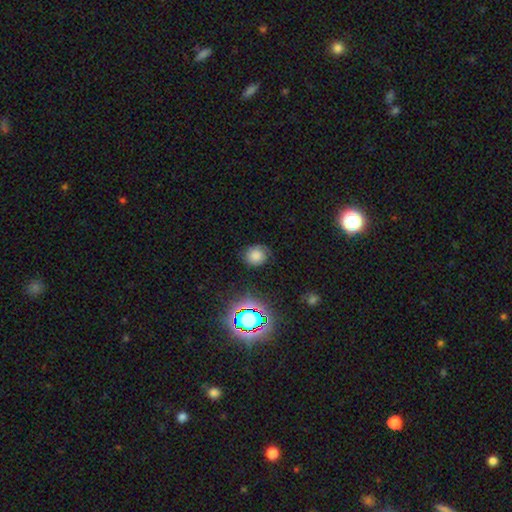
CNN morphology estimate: A smooth galaxy with no disk features (72%) that is round (74%). Merging: none (76%).